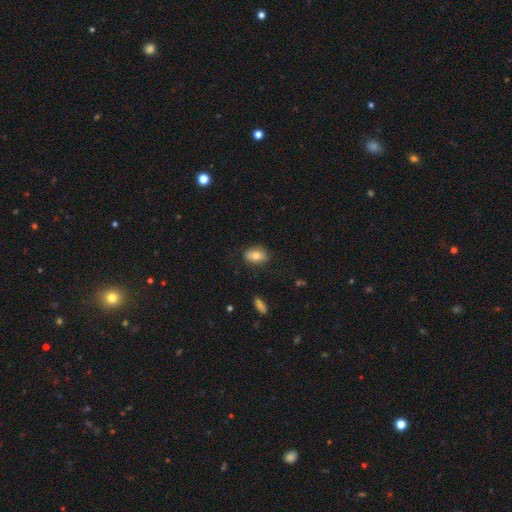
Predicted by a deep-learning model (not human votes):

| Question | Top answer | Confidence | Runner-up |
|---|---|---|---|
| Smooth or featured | smooth | 75% | featured or disk (17%) |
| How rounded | in between | 82% | round (16%) |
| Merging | none | 81% | minor disturbance (14%) |